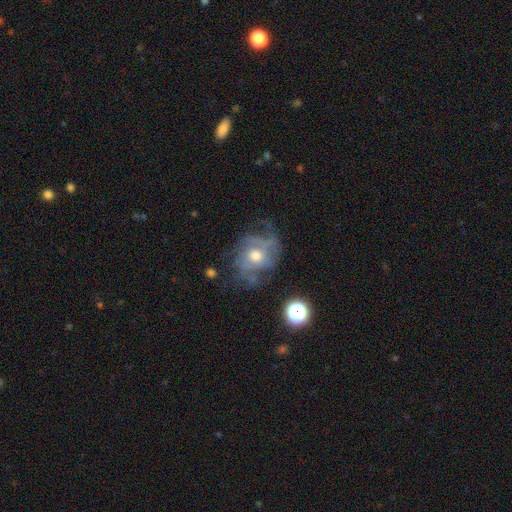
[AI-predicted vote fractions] smooth-or-featured: featured or disk: 73% | smooth: 16% | star or artifact: 12%
  disk-edge-on: no: 97% | yes: 3%
    bar: no: 75% | weak: 21% | strong: 4%
    has-spiral-arms: yes: 84% | no: 16%
      spiral-winding: tight: 42% | medium: 40% | loose: 18%
      spiral-arm-count: can't tell: 41% | 3: 22% | 2: 15% | 4: 10% | 1: 6% | more than 4: 6%
    bulge-size: moderate: 71% | small: 18% | large: 8% | none: 2% | dominant: 1%
  merging: none: 60% | minor disturbance: 21% | major disturbance: 16% | merger: 2%